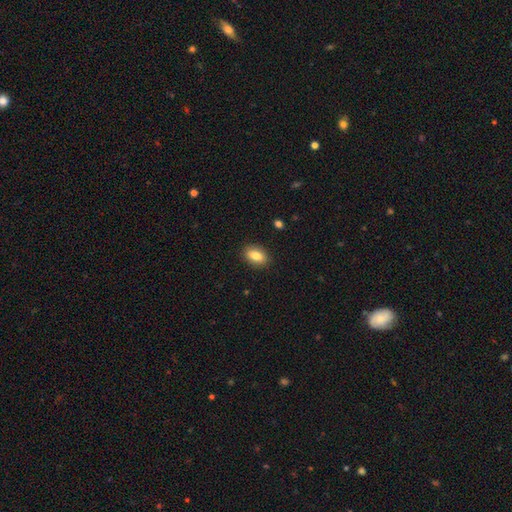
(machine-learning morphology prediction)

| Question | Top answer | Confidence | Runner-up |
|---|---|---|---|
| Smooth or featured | smooth | 83% | featured or disk (9%) |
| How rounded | in between | 85% | round (13%) |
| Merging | none | 89% | minor disturbance (8%) |